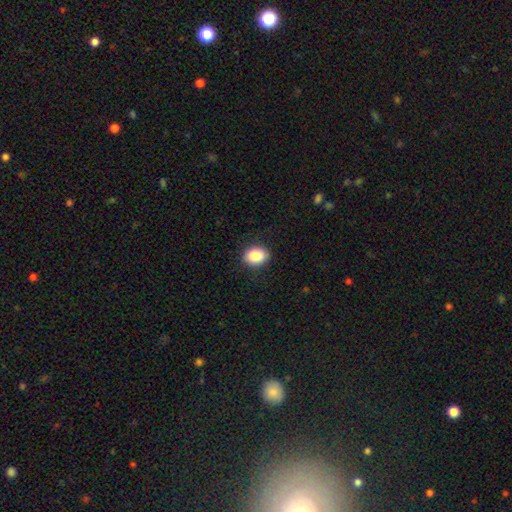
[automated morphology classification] This appears to be a smooth galaxy with no disk features (88%) that is in between round and cigar-shaped (66%). Merging: none (87%).